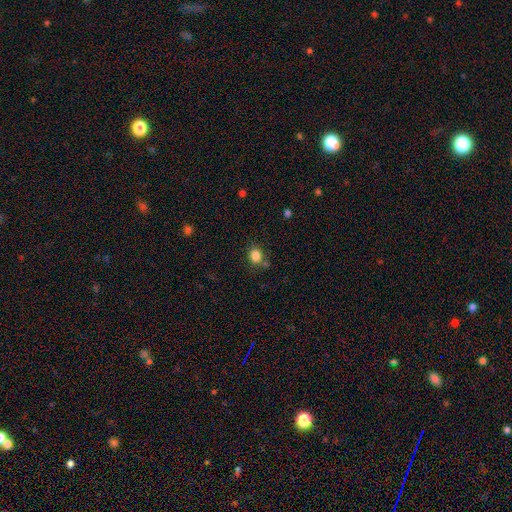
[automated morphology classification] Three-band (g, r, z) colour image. It shows a smooth galaxy with no disk features (84%) that is round (59%). Merging: none (73%).